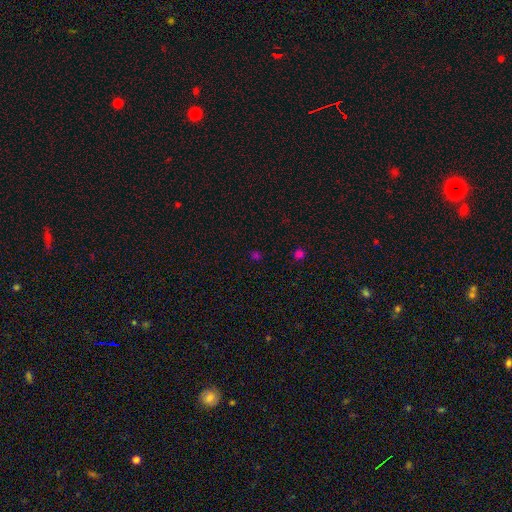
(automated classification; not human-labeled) Overall: smooth (56%; star or artifact 39%). How rounded: round (82%). Merging: none (84%).